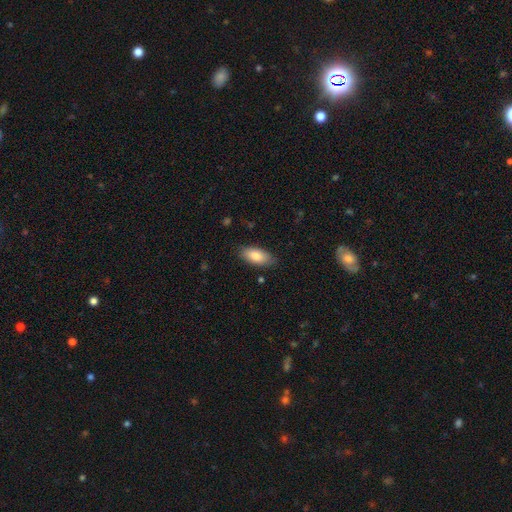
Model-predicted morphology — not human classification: The model was most divided on "merging": none: 83%, minor disturbance: 13%, major disturbance: 3%, merger: 1%. More confident: how rounded — in between (87%); smooth or featured — smooth (84%).